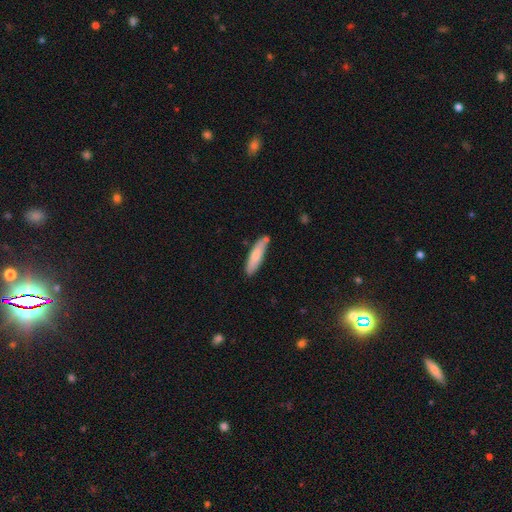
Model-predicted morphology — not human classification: The model was most divided on "how rounded": cigar-shaped: 74%, in between: 25%, round: 1%. More confident: smooth or featured — smooth (76%); merging — none (73%).